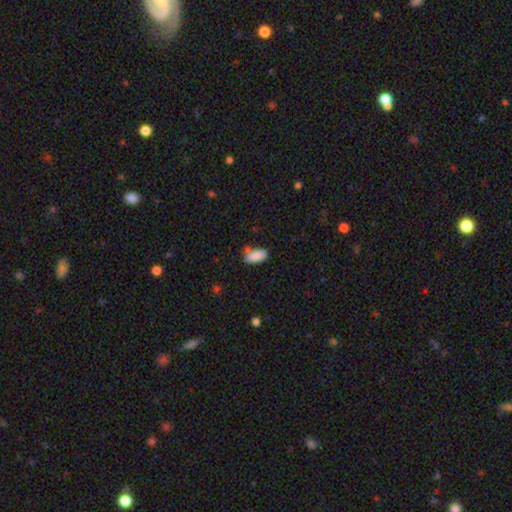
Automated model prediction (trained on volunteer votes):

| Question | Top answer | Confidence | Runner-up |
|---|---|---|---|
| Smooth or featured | smooth | 87% | star or artifact (8%) |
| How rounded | in between | 88% | cigar-shaped (10%) |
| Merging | none | 65% | minor disturbance (19%) |